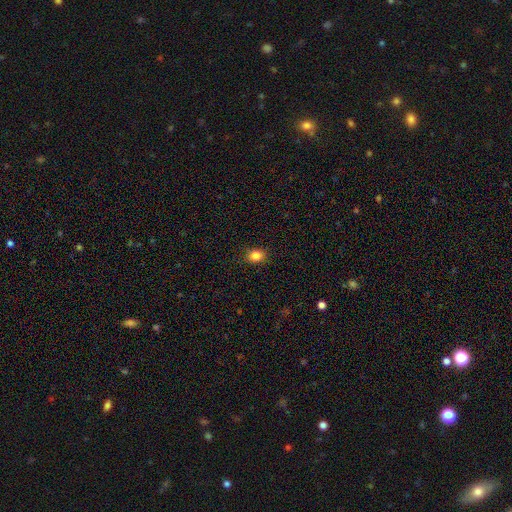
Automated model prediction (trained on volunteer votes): Overall: smooth (84%). How rounded: in between (56%; round 43%). Merging: none (88%).